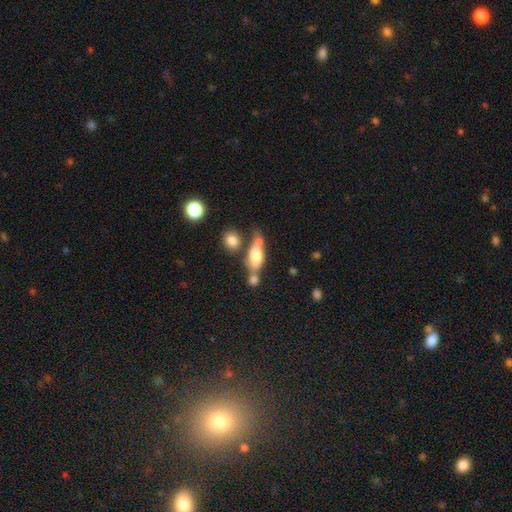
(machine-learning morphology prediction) smooth 64%, featured or disk 27%, star or artifact 9%. Down the decision tree: how rounded — in between (66%); merging — none (44%).